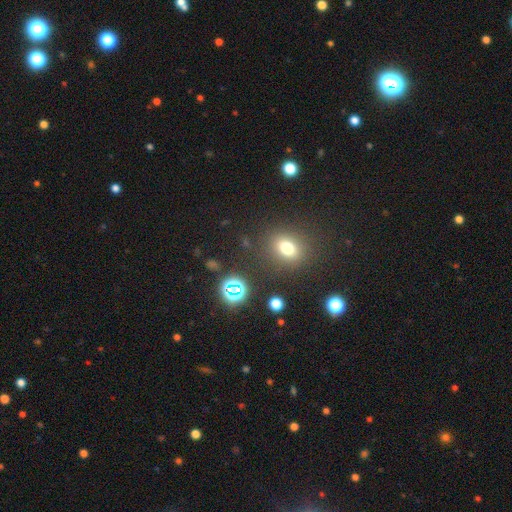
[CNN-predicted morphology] Q: Smooth or featured?
A: smooth (53%); runner-up: star or artifact (39%)
Q: How rounded?
A: round (84%); runner-up: in between (15%)
Q: Merging?
A: none (86%); runner-up: minor disturbance (7%)